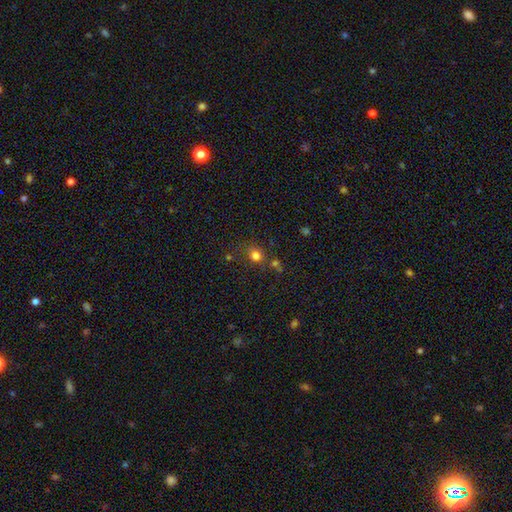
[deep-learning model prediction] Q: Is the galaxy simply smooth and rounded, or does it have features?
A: smooth — 75%.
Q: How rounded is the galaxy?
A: round — 75%.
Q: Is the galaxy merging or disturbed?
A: none — 67%.